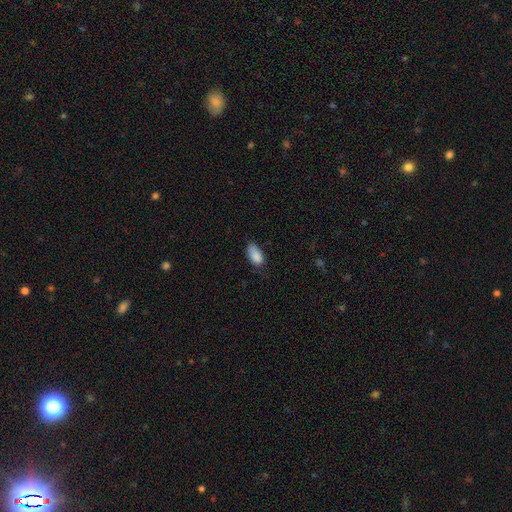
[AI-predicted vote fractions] Smooth or featured?
  - smooth: 88% *
  - star or artifact: 7%
  - featured or disk: 5%
How rounded?
  - in between: 94% *
  - round: 4%
  - cigar-shaped: 3%
Merging?
  - none: 61% *
  - minor disturbance: 31%
  - major disturbance: 7%
  - merger: 1%